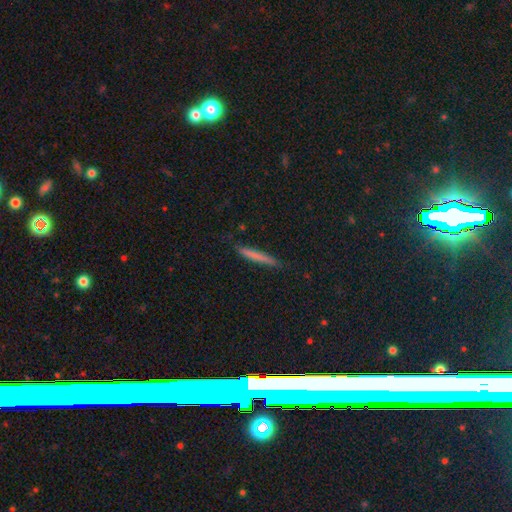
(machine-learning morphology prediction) Q: Smooth or featured?
A: smooth (74%); runner-up: featured or disk (20%)
Q: How rounded?
A: cigar-shaped (96%); runner-up: in between (3%)
Q: Merging?
A: none (86%); runner-up: minor disturbance (11%)